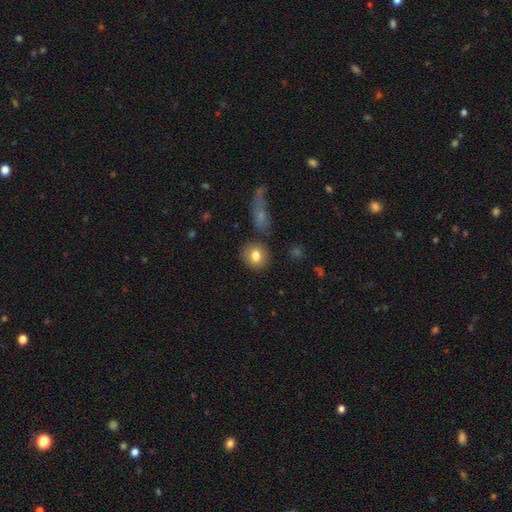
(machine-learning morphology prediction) A smooth galaxy with no disk features (81%) that is round (77%). Merging: none (82%).